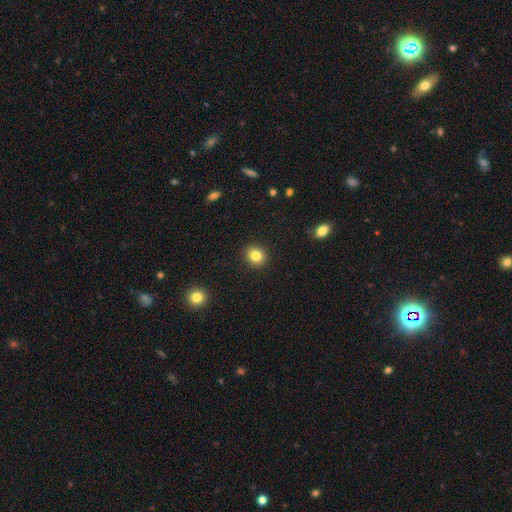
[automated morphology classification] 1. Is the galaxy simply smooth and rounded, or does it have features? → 83% smooth, 10% star or artifact, 7% featured or disk.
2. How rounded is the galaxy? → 78% round, 21% in between, 1% cigar-shaped.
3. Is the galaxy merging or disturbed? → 91% none, 6% minor disturbance, 2% major disturbance, 1% merger.